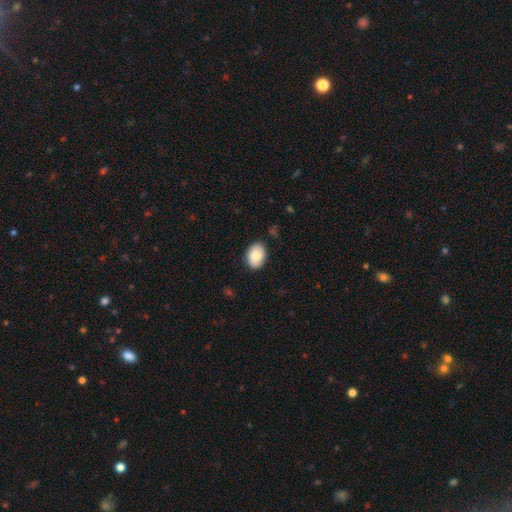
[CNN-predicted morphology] Smooth or featured?
  - smooth: 80% *
  - featured or disk: 13%
  - star or artifact: 7%
How rounded?
  - in between: 77% *
  - round: 22%
  - cigar-shaped: 1%
Merging?
  - none: 84% *
  - minor disturbance: 12%
  - major disturbance: 2%
  - merger: 1%